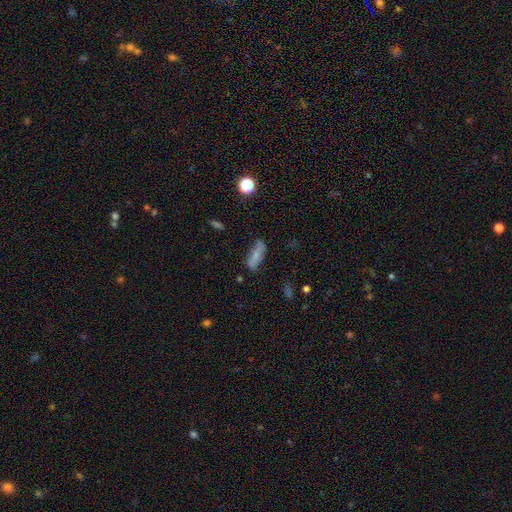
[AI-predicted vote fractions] This appears to be a smooth galaxy with no disk features (70%) that is in between round and cigar-shaped (52%). Merging: none (75%).